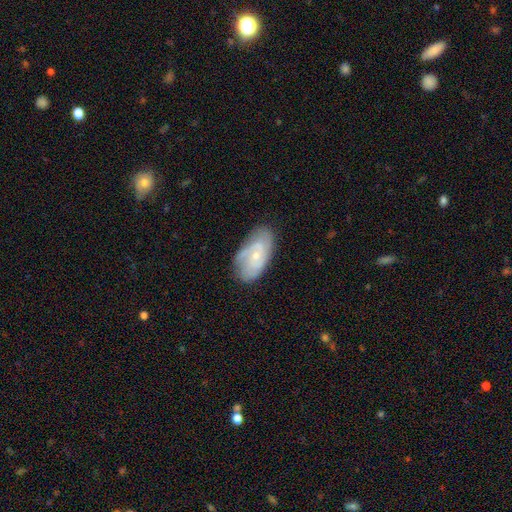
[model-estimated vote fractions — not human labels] smooth_or_featured: featured or disk (p=0.69) [alt: smooth p=0.24]
disk_edge_on: no (p=0.96) [alt: yes p=0.04]
bar: no (p=0.69) [alt: weak p=0.27]
has_spiral_arms: yes (p=0.87) [alt: no p=0.13]
spiral_winding: tight (p=0.47) [alt: medium p=0.39]
spiral_arm_count: 2 (p=0.41) [alt: can't tell p=0.31]
bulge_size: small (p=0.70) [alt: moderate p=0.26]
merging: none (p=0.67) [alt: minor disturbance p=0.23]